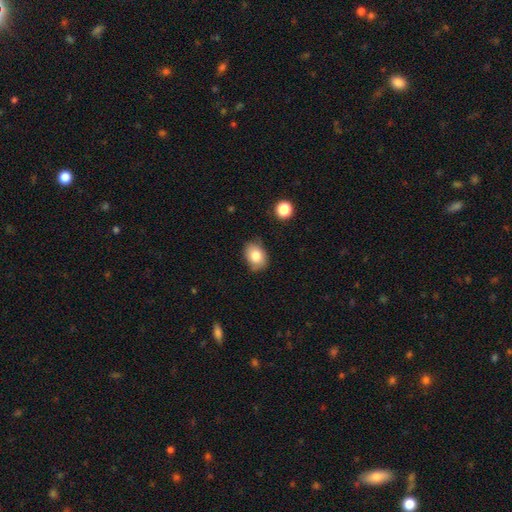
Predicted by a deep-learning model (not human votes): This appears to be a smooth galaxy with no disk features (81%) that is in between round and cigar-shaped (71%). Merging: none (77%).